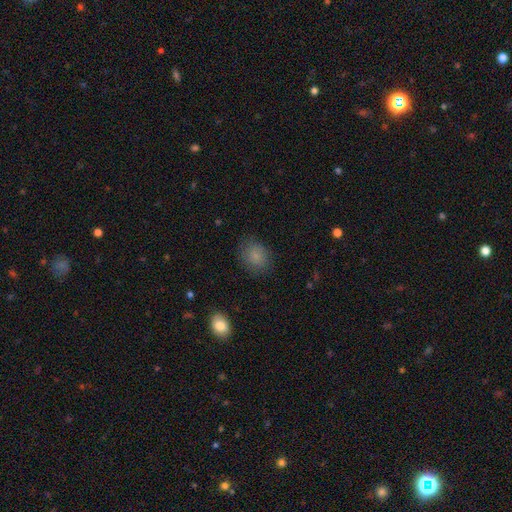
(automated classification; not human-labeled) Morphology: type=smooth (84%); roundness=round (59%); merging=none (80%).